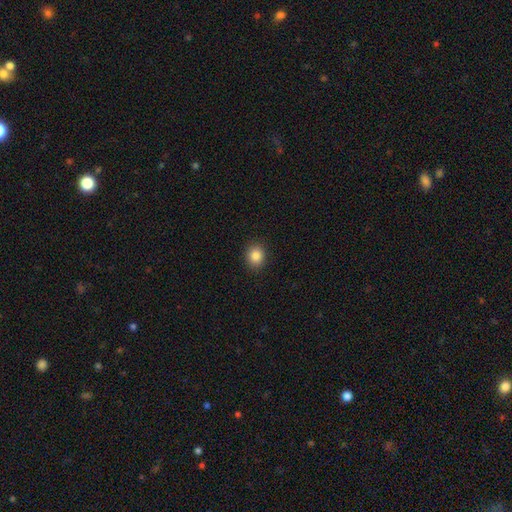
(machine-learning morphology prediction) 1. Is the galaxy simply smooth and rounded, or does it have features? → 85% smooth, 10% star or artifact, 5% featured or disk.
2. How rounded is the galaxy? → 65% round, 34% in between, 1% cigar-shaped.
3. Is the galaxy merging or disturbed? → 90% none, 7% minor disturbance, 2% major disturbance, 1% merger.